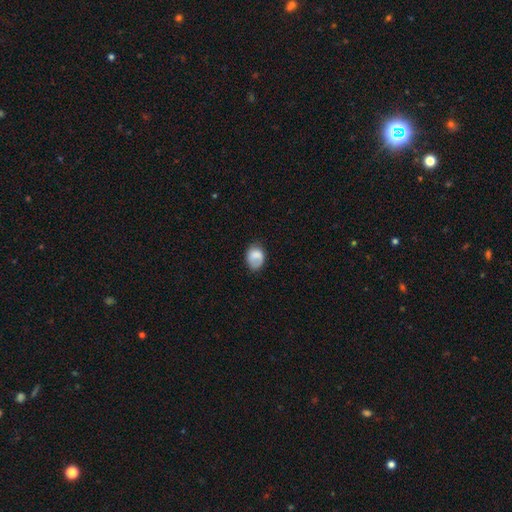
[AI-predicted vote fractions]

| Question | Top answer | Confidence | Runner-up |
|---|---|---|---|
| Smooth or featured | smooth | 77% | featured or disk (15%) |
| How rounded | in between | 61% | round (38%) |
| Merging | none | 56% | minor disturbance (29%) |